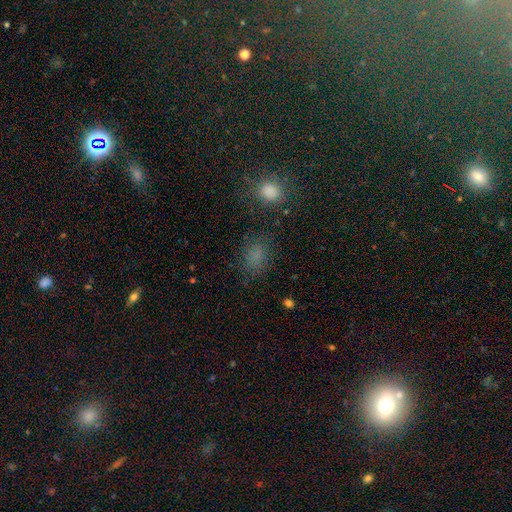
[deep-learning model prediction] smooth_or_featured: smooth (p=0.73) [alt: star or artifact p=0.20]
how_rounded: in between (p=0.62) [alt: round p=0.36]
merging: none (p=0.71) [alt: minor disturbance p=0.17]